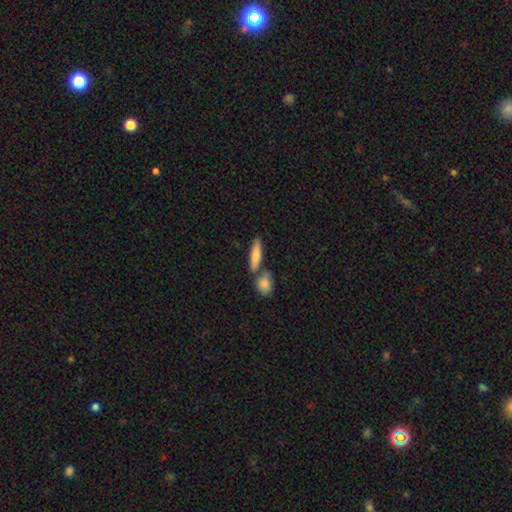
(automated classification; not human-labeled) This is likely a smooth galaxy (79%). How rounded: likely cigar-shaped (62%). Merging: possibly none (59%).